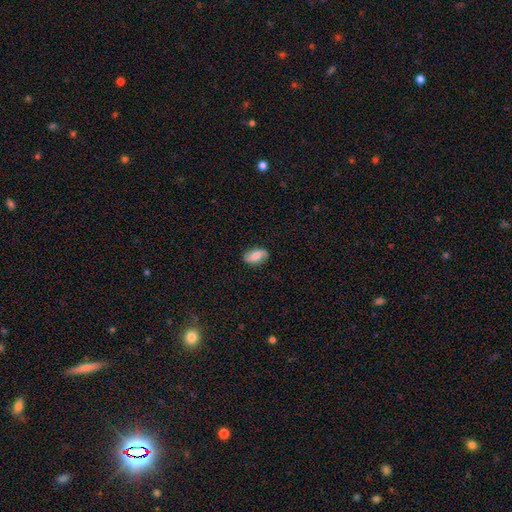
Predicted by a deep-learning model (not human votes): A smooth galaxy with no disk features (62%) that is in between round and cigar-shaped (91%).

Vote fractions:
- Smooth or featured? smooth: 62% / featured or disk: 30% / star or artifact: 8%
- How rounded? in between: 91% / round: 6% / cigar-shaped: 3%
- Merging? none: 83% / minor disturbance: 13% / major disturbance: 3% / merger: 1%